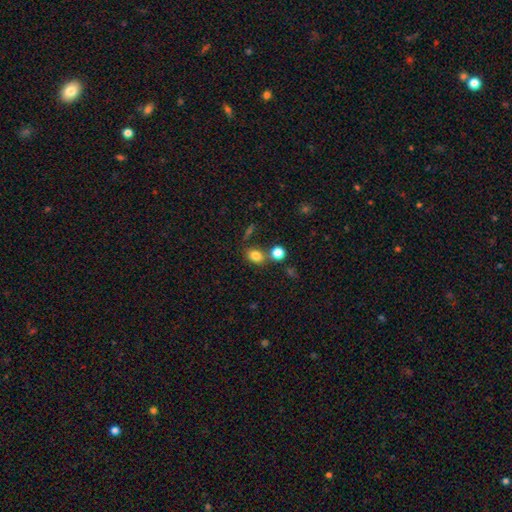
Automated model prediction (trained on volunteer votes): Q: Smooth or featured?
A: smooth (81%); runner-up: star or artifact (12%)
Q: How rounded?
A: in between (57%); runner-up: round (42%)
Q: Merging?
A: none (61%); runner-up: merger (22%)